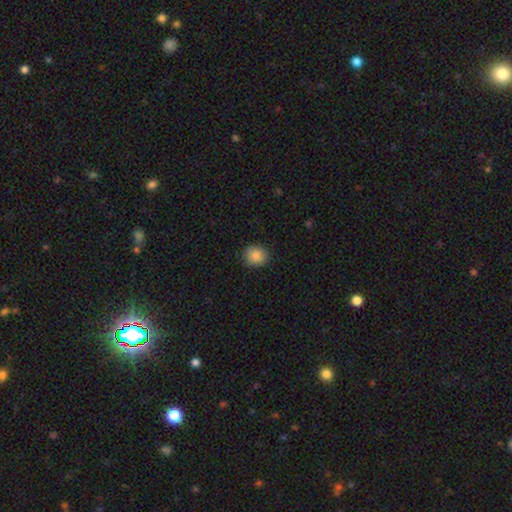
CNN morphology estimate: This is clearly a smooth galaxy (87%). How rounded: likely round (75%). Merging: clearly none (88%).